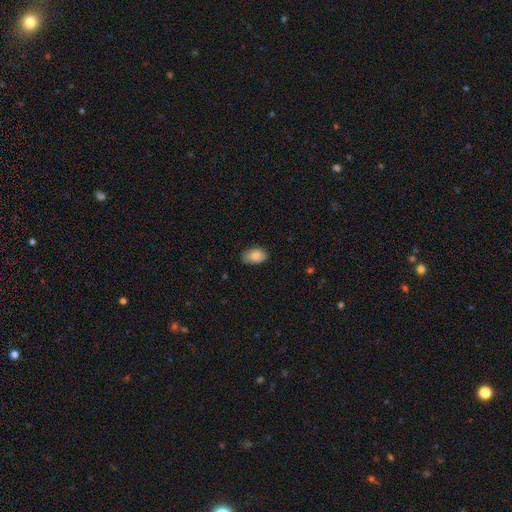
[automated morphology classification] Smooth or featured? Predicted: smooth (p=0.85). How rounded? Predicted: in between (p=0.90). Merging? Predicted: none (p=0.78).